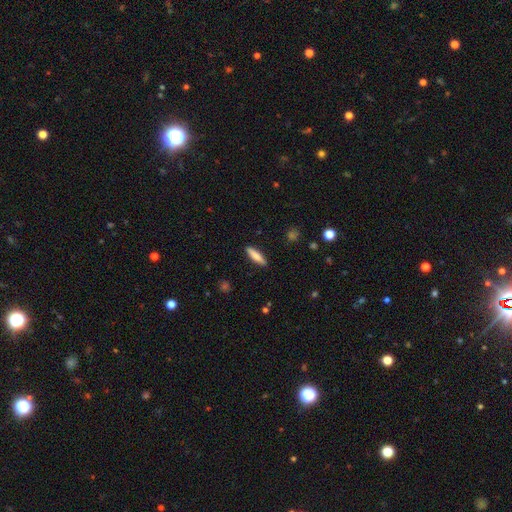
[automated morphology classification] Smooth or featured?
  - smooth: 77% *
  - featured or disk: 16%
  - star or artifact: 6%
How rounded?
  - cigar-shaped: 77% *
  - in between: 22%
  - round: 2%
Merging?
  - none: 90% *
  - minor disturbance: 7%
  - major disturbance: 2%
  - merger: 1%